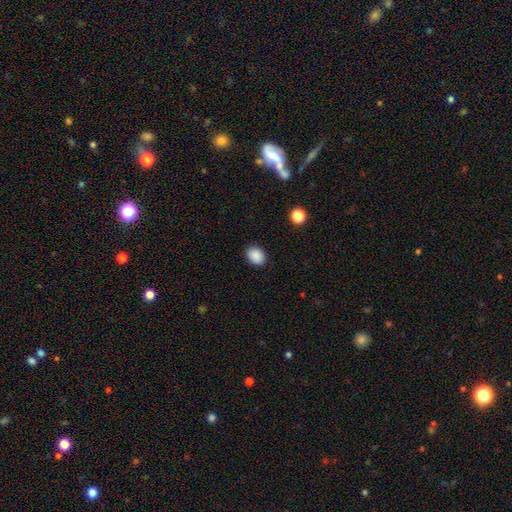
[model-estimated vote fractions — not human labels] Smooth or featured? smooth (89%)
How rounded? in between (63%)
Merging? none (89%)